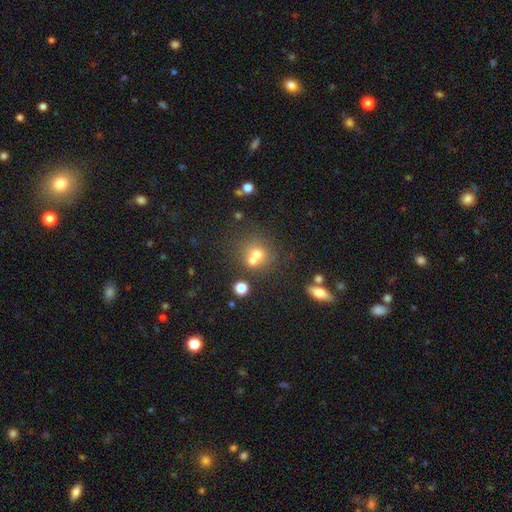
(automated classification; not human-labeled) This appears to be a smooth galaxy with no disk features (62%) that is round (82%). Merging: merger (45%).